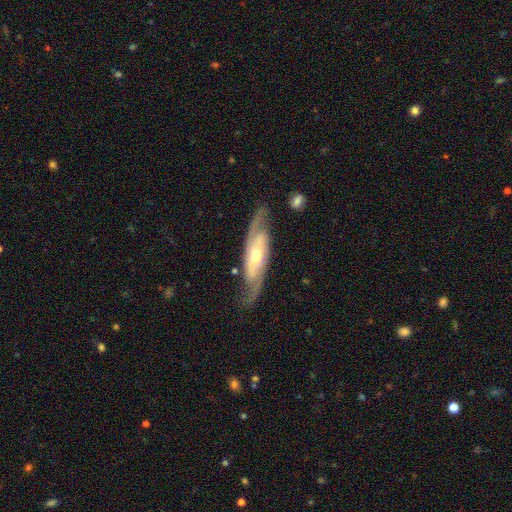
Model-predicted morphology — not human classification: A featured or disk galaxy (86%) with no bar (52%), 2 (88%) medium (46%) spiral arms (96%) and a moderate central bulge (60%).

Vote fractions:
- Smooth or featured? featured or disk: 86% / smooth: 9% / star or artifact: 4%
- Edge-on disk? no: 83% / yes: 17%
- Bar? no: 52% / weak: 32% / strong: 17%
- Spiral arms? yes: 96% / no: 4%
- Spiral winding? medium: 46% / tight: 33% / loose: 21%
- Spiral arm count? 2: 88% / can't tell: 6% / 3: 2% / 1: 2% / 4: 1% / more than 4: 1%
- Bulge size? moderate: 60% / small: 34% / large: 4% / none: 1% / dominant: 1%
- Merging? none: 79% / minor disturbance: 14% / major disturbance: 5% / merger: 2%